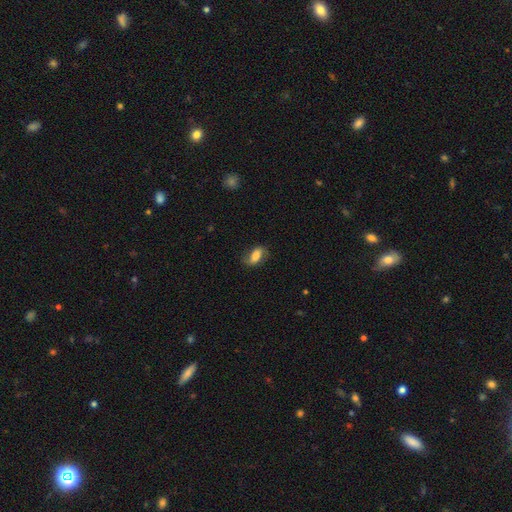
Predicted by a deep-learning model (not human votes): Smooth or featured? smooth (68%)
How rounded? in between (85%)
Merging? none (70%)